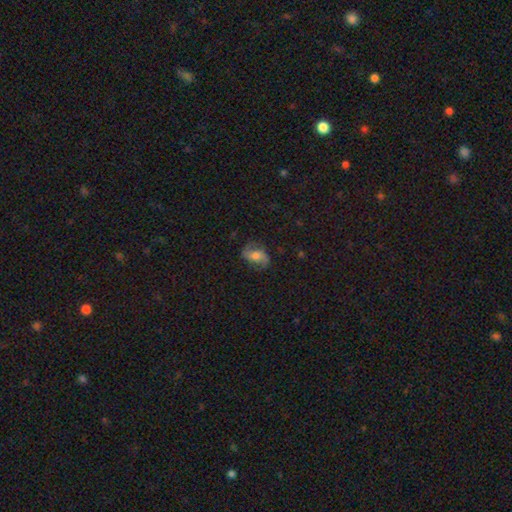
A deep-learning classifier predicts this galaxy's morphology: Q: Smooth or featured?
A: featured or disk (70%); runner-up: smooth (22%)
Q: Edge-on disk?
A: no (97%); runner-up: yes (3%)
Q: Bar?
A: no (46%); runner-up: weak (38%)
Q: Spiral arms?
A: yes (93%); runner-up: no (7%)
Q: Spiral winding?
A: loose (50%); runner-up: medium (38%)
Q: Spiral arm count?
A: 2 (91%); runner-up: can't tell (4%)
Q: Bulge size?
A: moderate (52%); runner-up: small (26%)
Q: Merging?
A: none (76%); runner-up: minor disturbance (16%)